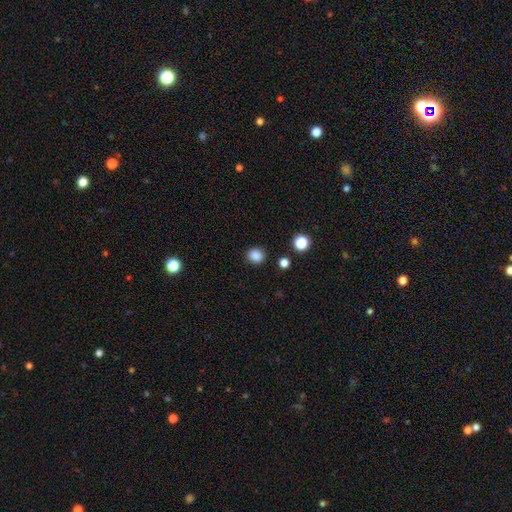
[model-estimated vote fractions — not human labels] Q: Smooth or featured?
A: smooth (85%); runner-up: star or artifact (12%)
Q: How rounded?
A: round (79%); runner-up: in between (21%)
Q: Merging?
A: none (87%); runner-up: minor disturbance (8%)